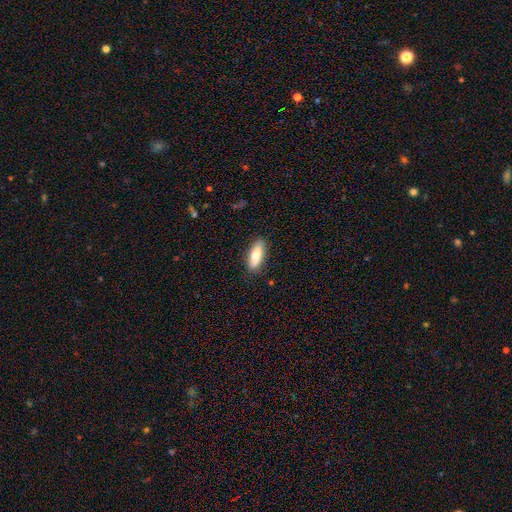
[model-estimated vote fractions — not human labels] This is clearly a smooth galaxy (81%). How rounded: likely in between (62%). Merging: clearly none (84%).